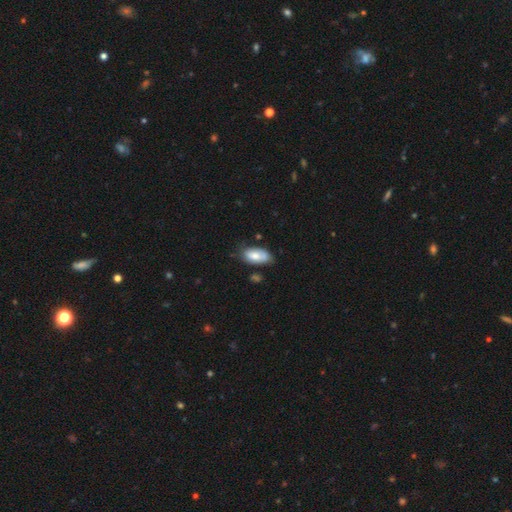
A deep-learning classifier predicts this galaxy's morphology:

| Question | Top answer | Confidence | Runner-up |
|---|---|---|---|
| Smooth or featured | smooth | 74% | featured or disk (20%) |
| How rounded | in between | 93% | cigar-shaped (4%) |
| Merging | none | 61% | minor disturbance (29%) |